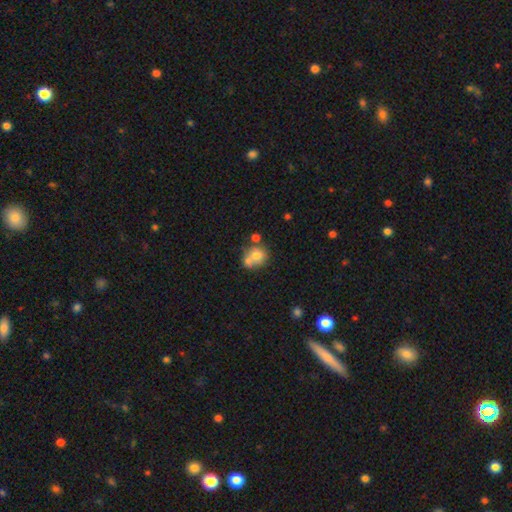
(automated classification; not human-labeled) smooth 68%, featured or disk 22%, star or artifact 11%. Down the decision tree: how rounded — round (73%); merging — merger (47%).